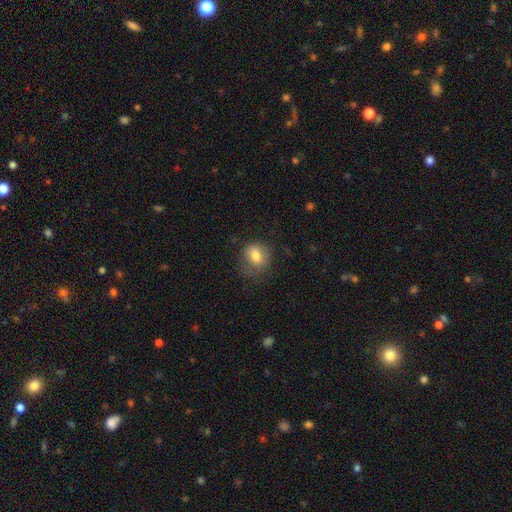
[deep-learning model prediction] smooth 77%, featured or disk 13%, star or artifact 10%. Down the decision tree: how rounded — round (63%); merging — none (67%).